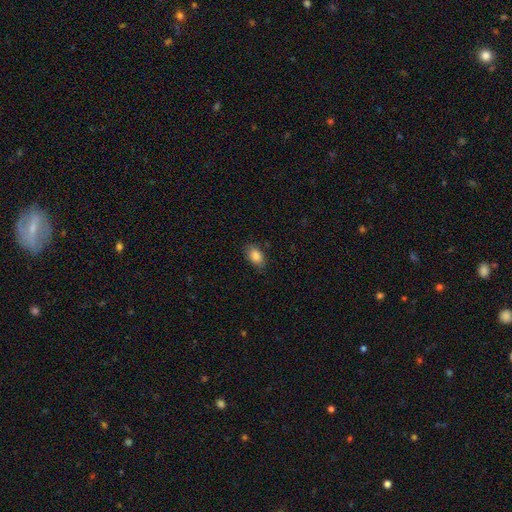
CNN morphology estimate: This is clearly a smooth galaxy (86%). How rounded: clearly in between (86%). Merging: likely none (80%).